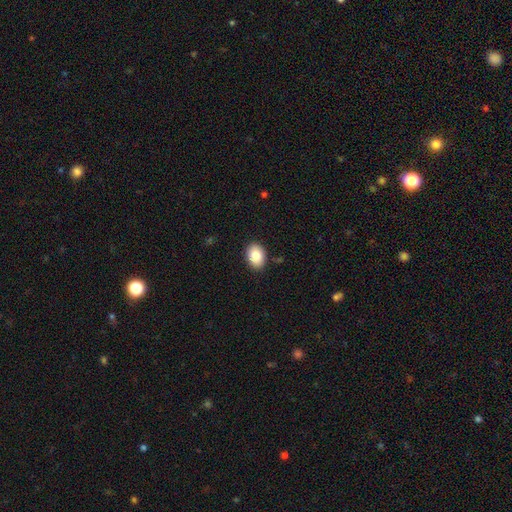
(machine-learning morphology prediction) smooth 84%, featured or disk 8%, star or artifact 8%. Down the decision tree: how rounded — in between (78%); merging — none (88%).